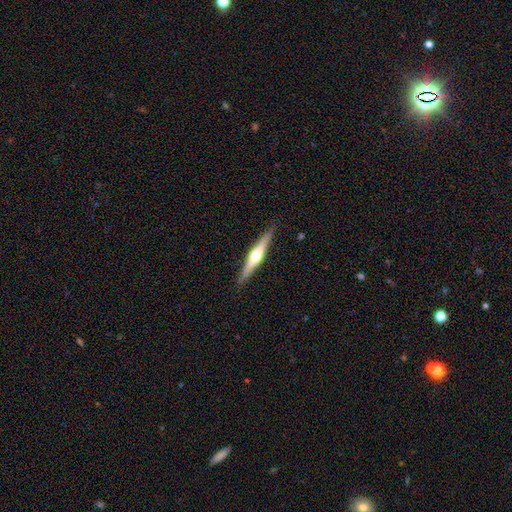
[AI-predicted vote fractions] The model was most divided on "smooth or featured": featured or disk: 69%, smooth: 26%, star or artifact: 5%. More confident: edge-on disk — yes (97%); edge-on bulge — rounded (92%); merging — none (89%).